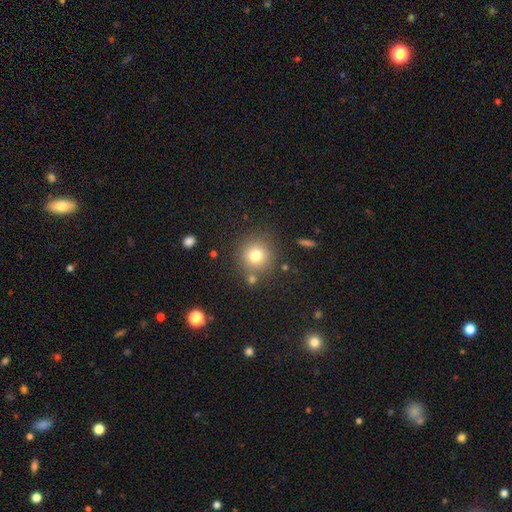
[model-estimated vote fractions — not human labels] The model was most divided on "smooth or featured": smooth: 77%, star or artifact: 13%, featured or disk: 10%. More confident: how rounded — round (93%); merging — none (81%).